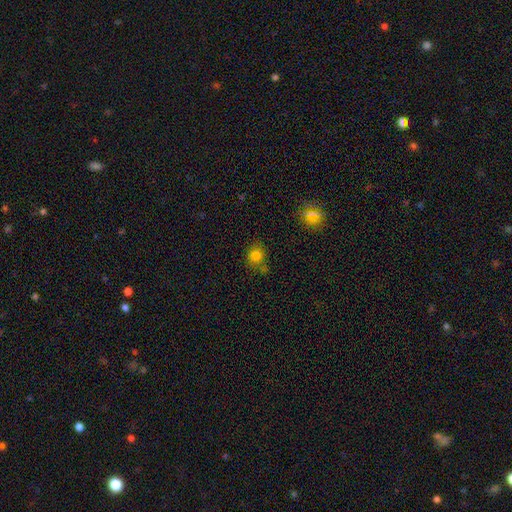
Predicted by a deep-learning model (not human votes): This is likely a smooth galaxy (78%). How rounded: likely round (74%). Merging: likely none (63%).